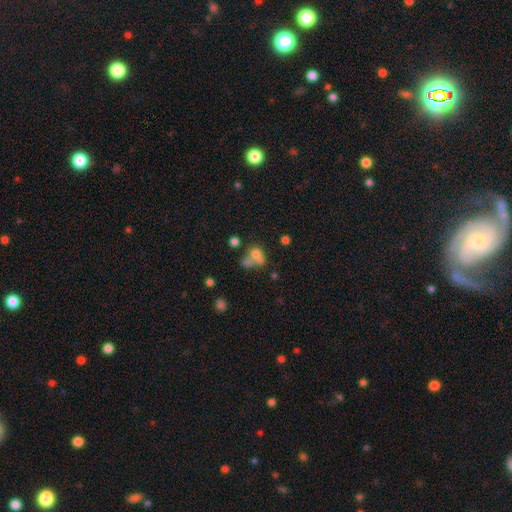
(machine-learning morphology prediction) This appears to be a smooth galaxy with no disk features (66%) that is round (57%). Merging: merger (49%).